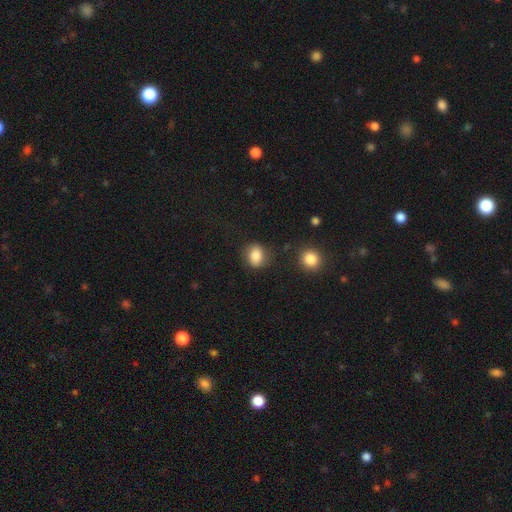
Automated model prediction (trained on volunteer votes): This appears to be a smooth galaxy with no disk features (85%) that is in between round and cigar-shaped (51%). Merging: none (75%).